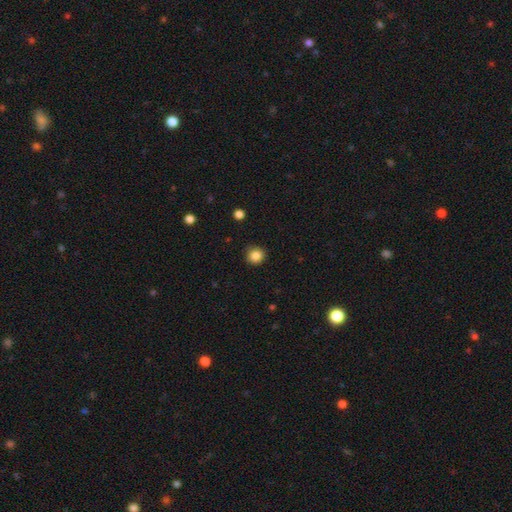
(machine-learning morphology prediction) Smooth or featured: smooth — 85% (star or artifact — 11%)
How rounded: round — 91% (in between — 8%)
Merging: none — 89% (minor disturbance — 8%)